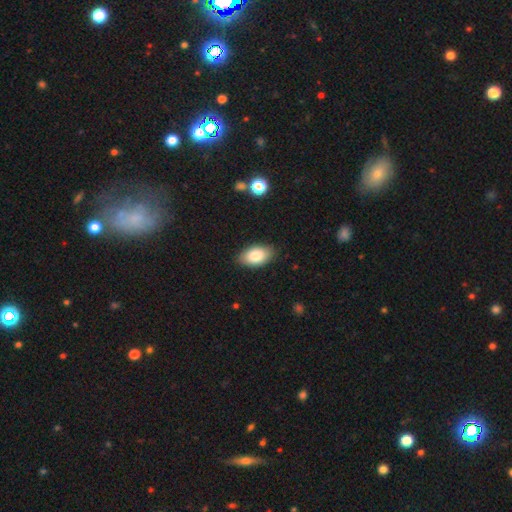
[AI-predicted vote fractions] smooth 83%, featured or disk 10%, star or artifact 7%. Down the decision tree: how rounded — in between (94%); merging — none (86%).